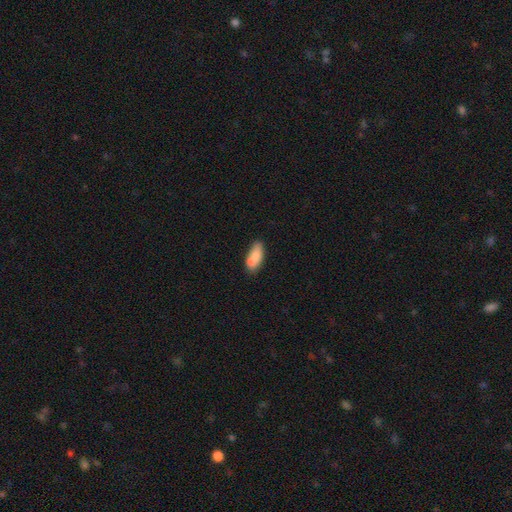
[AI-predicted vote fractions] This is clearly a smooth galaxy (80%). How rounded: likely in between (78%). Merging: possibly none (58%).